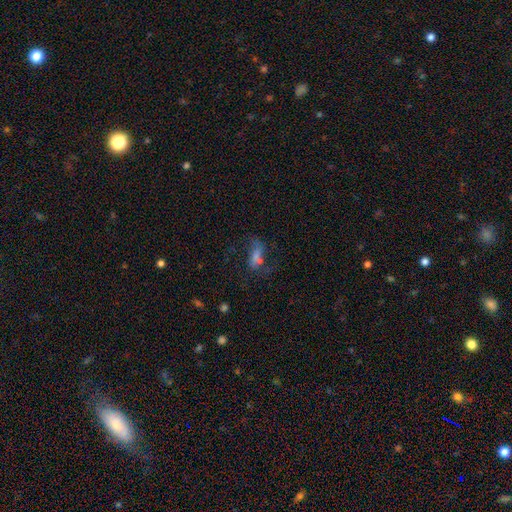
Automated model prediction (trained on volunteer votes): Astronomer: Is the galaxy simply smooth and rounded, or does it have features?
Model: smooth — 39% (runner-up: featured or disk, 38%).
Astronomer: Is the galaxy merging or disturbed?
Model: none — 40% (runner-up: major disturbance, 29%).